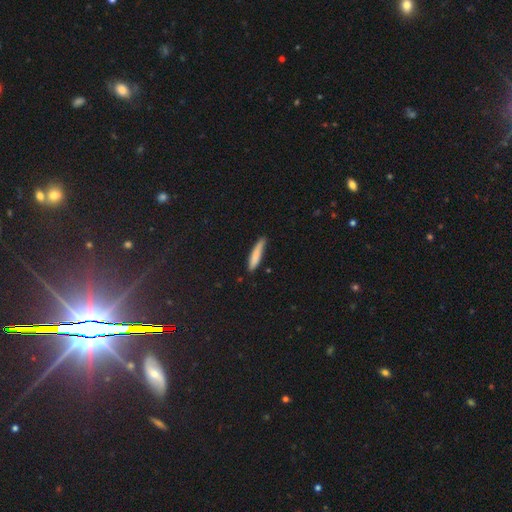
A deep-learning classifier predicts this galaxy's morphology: Smooth or featured?
  - smooth: 81% *
  - featured or disk: 13%
  - star or artifact: 6%
How rounded?
  - cigar-shaped: 89% *
  - in between: 9%
  - round: 1%
Merging?
  - none: 72% *
  - minor disturbance: 22%
  - major disturbance: 3%
  - merger: 2%